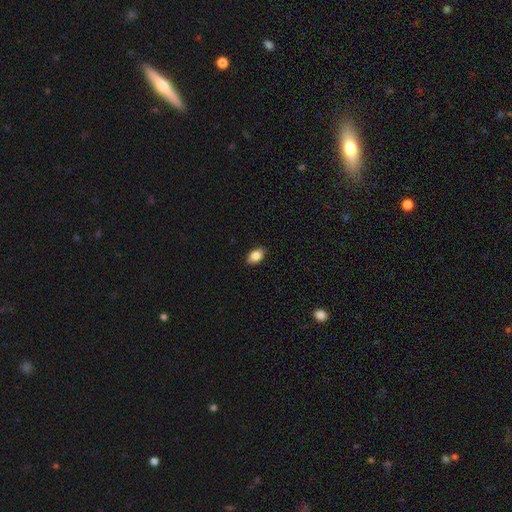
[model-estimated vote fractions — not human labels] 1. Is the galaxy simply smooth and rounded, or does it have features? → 86% smooth, 8% star or artifact, 7% featured or disk.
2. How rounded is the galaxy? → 89% in between, 9% round, 2% cigar-shaped.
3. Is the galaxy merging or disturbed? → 89% none, 9% minor disturbance, 2% major disturbance, 1% merger.